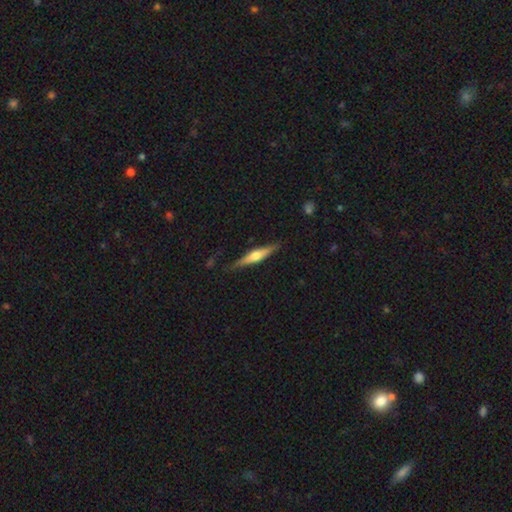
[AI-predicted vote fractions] This is likely a featured or disk galaxy (60%). It is clearly viewed edge-on (96%). Edge-on bulge: clearly rounded (91%). Merging: clearly none (81%).